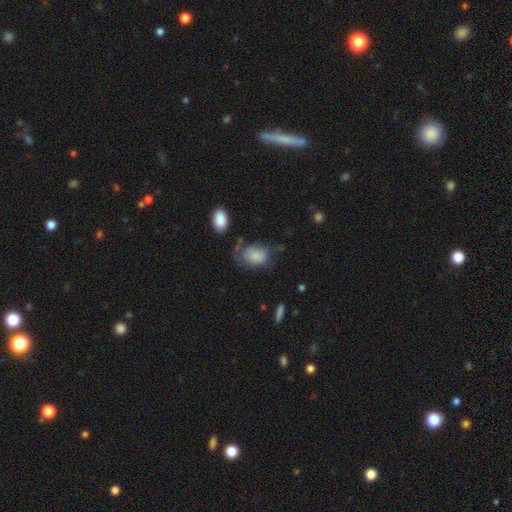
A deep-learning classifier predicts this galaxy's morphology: A smooth galaxy with no disk features (76%) that is in between round and cigar-shaped (71%).

Vote fractions:
- Smooth or featured? smooth: 76% / featured or disk: 16% / star or artifact: 8%
- How rounded? in between: 71% / round: 27% / cigar-shaped: 1%
- Merging? none: 40% / minor disturbance: 31% / major disturbance: 23% / merger: 6%